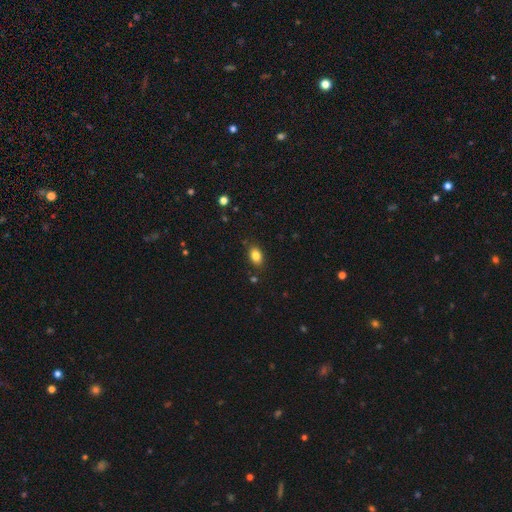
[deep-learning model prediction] Smooth or featured? Predicted: smooth (p=0.84). How rounded? Predicted: in between (p=0.81). Merging? Predicted: none (p=0.84).